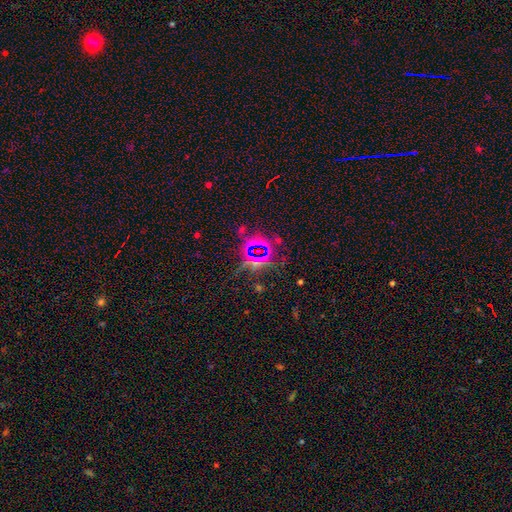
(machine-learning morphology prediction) The model was most divided on "smooth or featured": star or artifact: 74%, smooth: 16%, featured or disk: 10%.